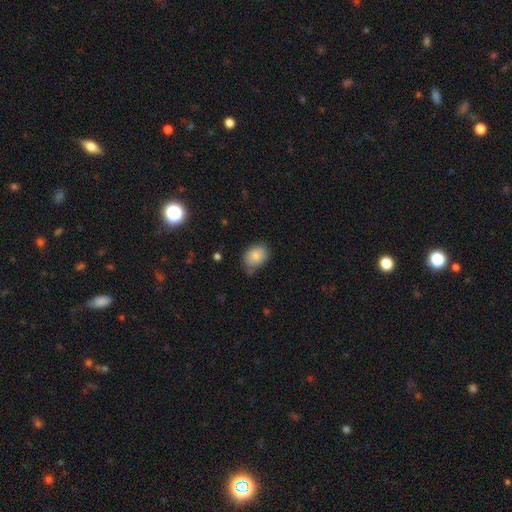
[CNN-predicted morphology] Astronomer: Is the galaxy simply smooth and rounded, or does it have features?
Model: smooth — 85%.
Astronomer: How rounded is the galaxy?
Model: in between — 71%.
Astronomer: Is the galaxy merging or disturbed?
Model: none — 68%.